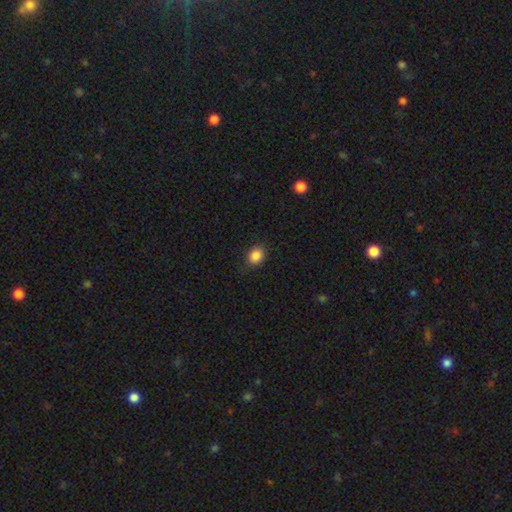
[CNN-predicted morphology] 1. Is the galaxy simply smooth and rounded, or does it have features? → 87% smooth, 9% star or artifact, 4% featured or disk.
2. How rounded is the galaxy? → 53% round, 46% in between, 1% cigar-shaped.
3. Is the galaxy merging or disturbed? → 85% none, 11% minor disturbance, 3% major disturbance, 1% merger.